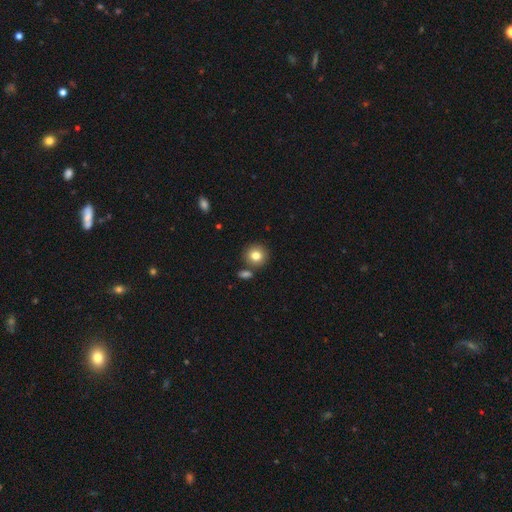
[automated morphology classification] This appears to be a smooth galaxy with no disk features (81%) that is round (88%). Merging: none (77%).